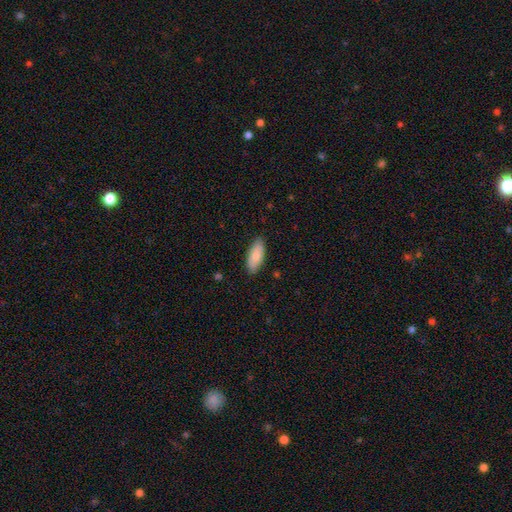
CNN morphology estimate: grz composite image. It shows a smooth galaxy with no disk features (83%) that is in between round and cigar-shaped (81%). Merging: none (87%).